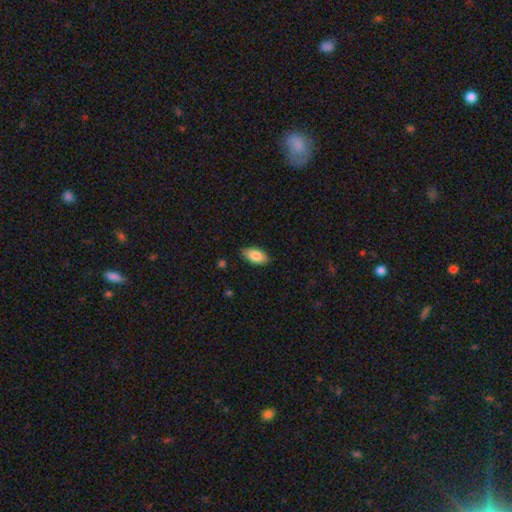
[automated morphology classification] smooth_or_featured: smooth (p=0.83) [alt: featured or disk p=0.10]
how_rounded: in between (p=0.92) [alt: cigar-shaped p=0.06]
merging: none (p=0.87) [alt: minor disturbance p=0.10]